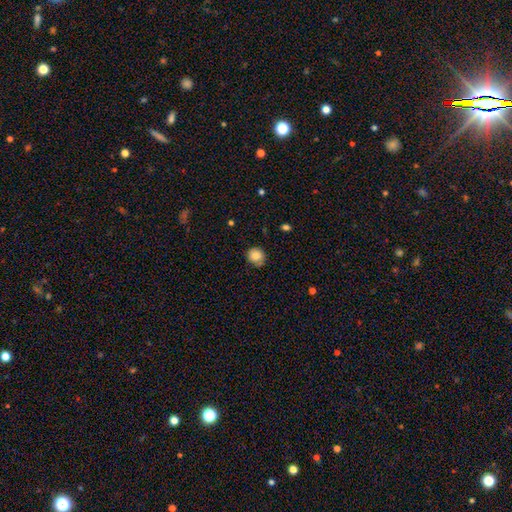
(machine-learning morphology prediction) Smooth or featured? Predicted: smooth (p=0.83). How rounded? Predicted: round (p=0.88). Merging? Predicted: none (p=0.73).